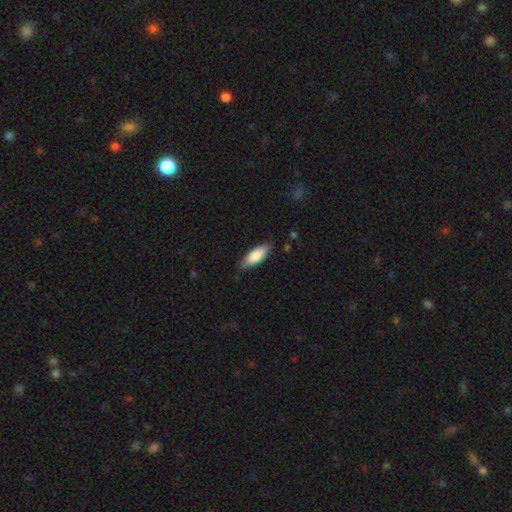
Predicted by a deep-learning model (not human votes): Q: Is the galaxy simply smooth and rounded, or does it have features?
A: smooth — 83%.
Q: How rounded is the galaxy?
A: in between — 72%.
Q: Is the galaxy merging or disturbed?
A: none — 80%.